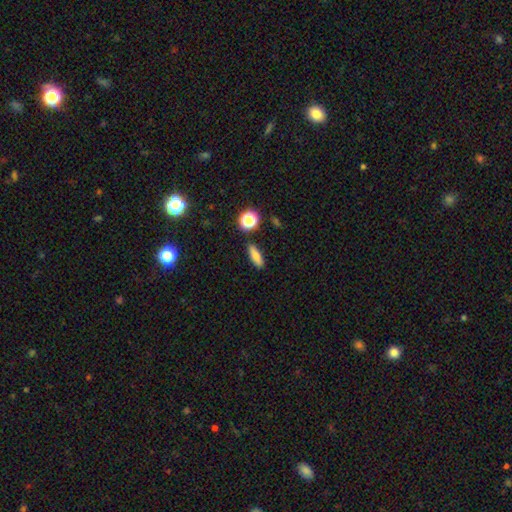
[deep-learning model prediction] Smooth or featured? Predicted: smooth (p=0.73). How rounded? Predicted: in between (p=0.50). Merging? Predicted: none (p=0.87).